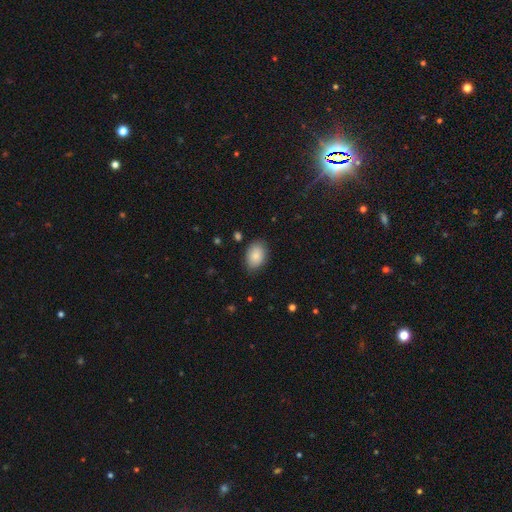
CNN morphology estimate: The model was most divided on "merging": none: 82%, minor disturbance: 13%, major disturbance: 3%, merger: 1%. More confident: smooth or featured — smooth (85%); how rounded — in between (85%).